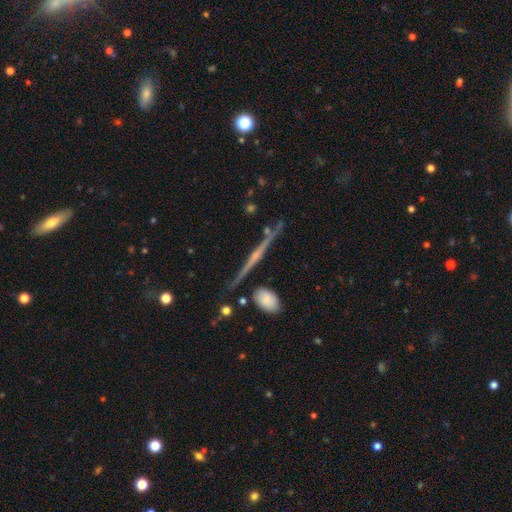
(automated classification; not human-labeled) The model was most divided on "edge-on bulge": rounded: 61%, none: 27%, boxy: 13%. More confident: edge-on disk — yes (97%); merging — none (82%); smooth or featured — featured or disk (78%).